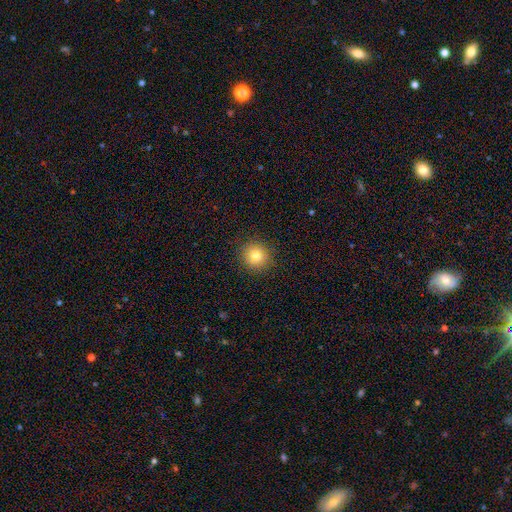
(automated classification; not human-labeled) A smooth galaxy with no disk features (81%) that is round (92%). Merging: none (90%).